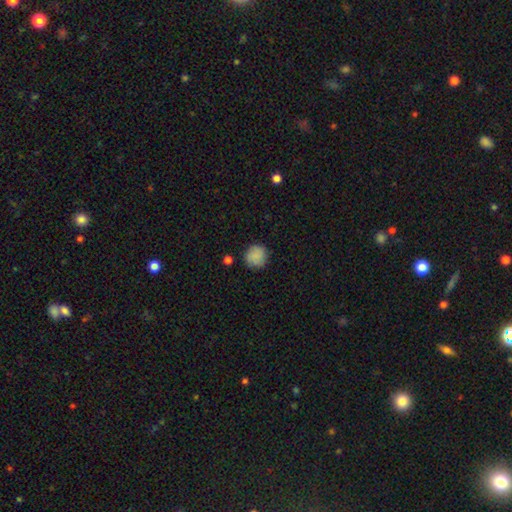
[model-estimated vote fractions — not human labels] smooth-or-featured: smooth: 86% | star or artifact: 9% | featured or disk: 5%
  how-rounded: round: 91% | in between: 8% | cigar-shaped: 1%
  merging: none: 84% | minor disturbance: 11% | major disturbance: 3% | merger: 2%